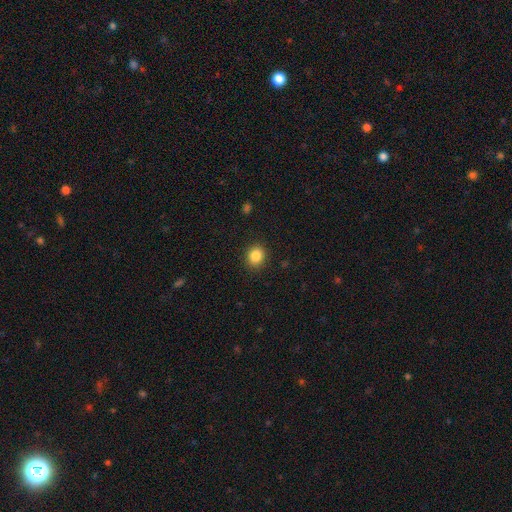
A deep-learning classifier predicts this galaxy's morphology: Smooth or featured? smooth (86%)
How rounded? round (74%)
Merging? none (90%)